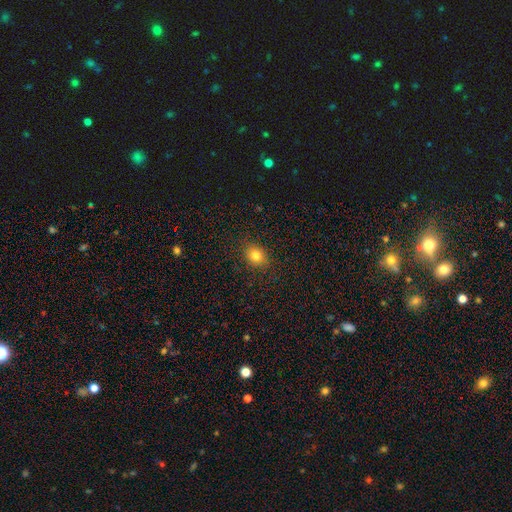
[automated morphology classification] A smooth galaxy with no disk features (81%) that is round (54%).

Vote fractions:
- Smooth or featured? smooth: 81% / star or artifact: 12% / featured or disk: 7%
- How rounded? round: 54% / in between: 44% / cigar-shaped: 1%
- Merging? none: 88% / minor disturbance: 9% / major disturbance: 3% / merger: 1%